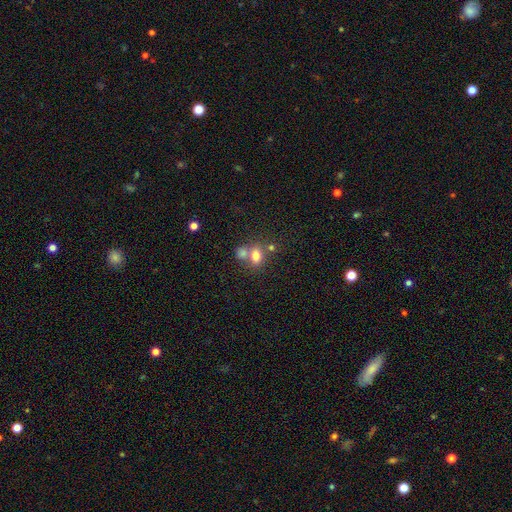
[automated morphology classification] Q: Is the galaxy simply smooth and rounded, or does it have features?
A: smooth — 74%.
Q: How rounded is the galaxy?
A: in between — 57%.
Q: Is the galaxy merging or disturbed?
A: none — 43%, tied with merger.